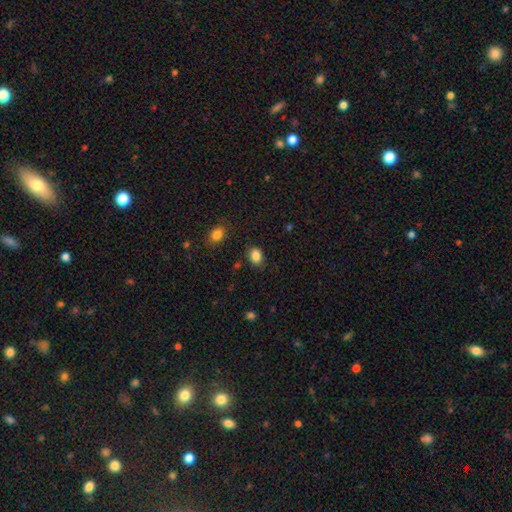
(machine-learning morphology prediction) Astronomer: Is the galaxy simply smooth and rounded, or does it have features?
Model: smooth — 86%.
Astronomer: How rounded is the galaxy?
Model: in between — 72%.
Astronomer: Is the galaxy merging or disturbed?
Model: none — 83%.